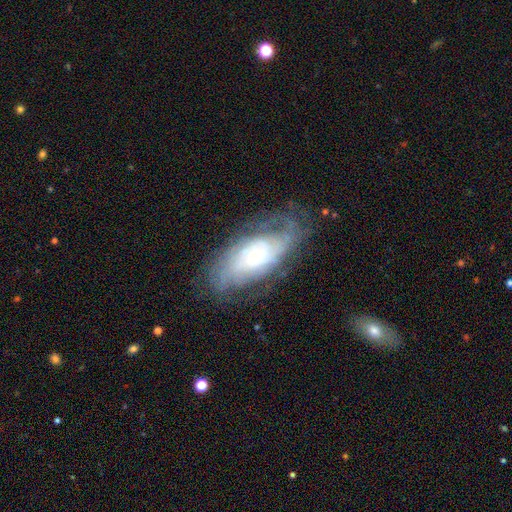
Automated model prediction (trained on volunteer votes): Overall: featured or disk (75%). Edge-on disk: no (91%). Bar: no (72%). Spiral arms: yes (87%). Spiral arm count: can't tell (51%; 2 21%). Spiral winding: tight (61%; medium 29%). Bulge size: small (68%). Merging: none (67%).